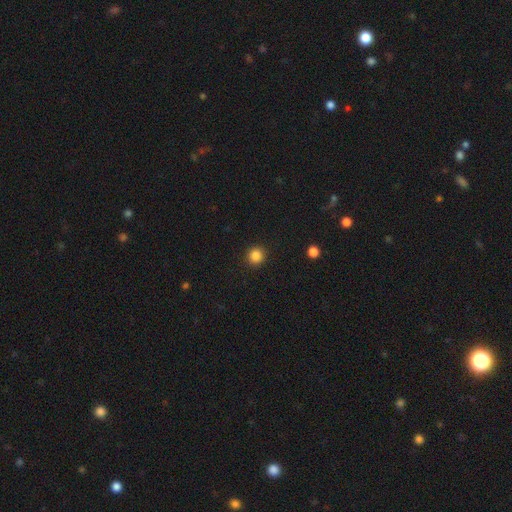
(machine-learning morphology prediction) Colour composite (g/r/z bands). It shows a smooth galaxy with no disk features (85%) that is round (93%). Merging: none (92%).